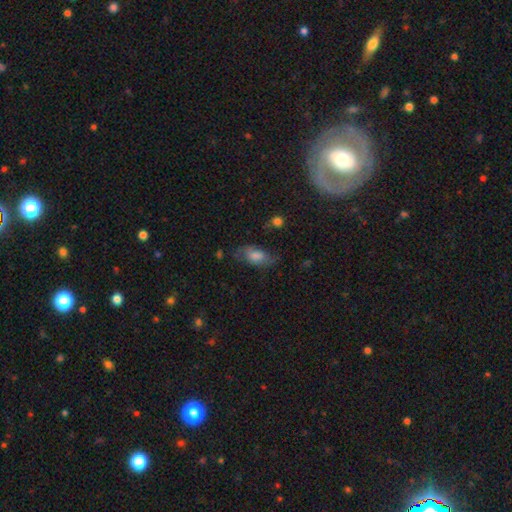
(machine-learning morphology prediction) Smooth or featured?
  - smooth: 54% *
  - featured or disk: 34%
  - star or artifact: 13%
How rounded?
  - in between: 84% *
  - cigar-shaped: 10%
  - round: 7%
Merging?
  - none: 63% *
  - minor disturbance: 23%
  - major disturbance: 11%
  - merger: 2%